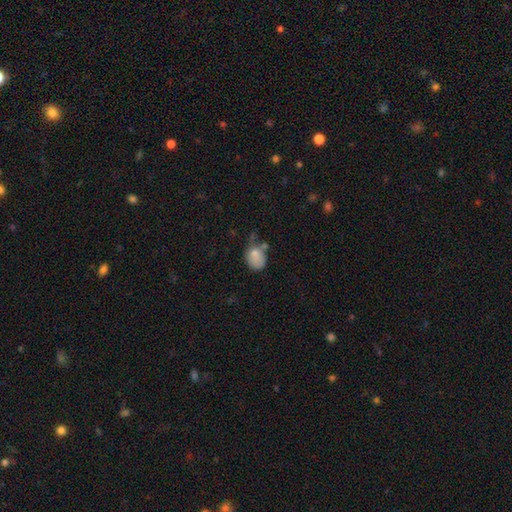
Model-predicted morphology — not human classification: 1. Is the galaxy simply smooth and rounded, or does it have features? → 79% smooth, 13% featured or disk, 9% star or artifact.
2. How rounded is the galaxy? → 61% in between, 38% round, 1% cigar-shaped.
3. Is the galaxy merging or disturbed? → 37% none, 31% minor disturbance, 16% major disturbance, 15% merger.